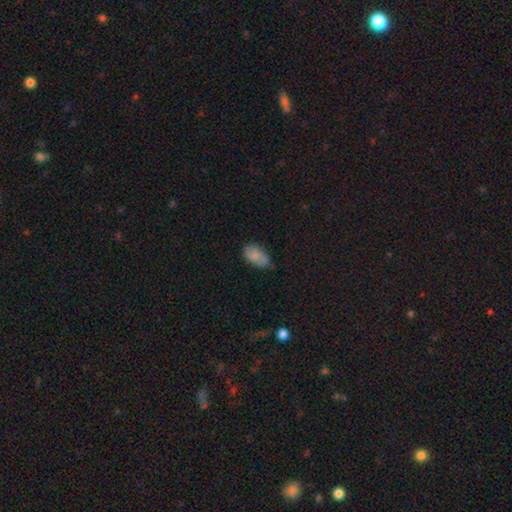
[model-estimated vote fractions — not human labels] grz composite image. It shows a smooth galaxy with no disk features (75%) that is in between round and cigar-shaped (93%). Merging: none (66%).